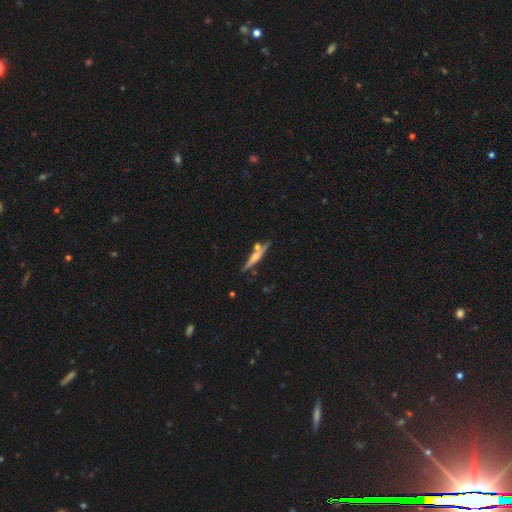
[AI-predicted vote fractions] Q: Smooth or featured?
A: featured or disk (62%); runner-up: smooth (31%)
Q: Edge-on disk?
A: yes (96%); runner-up: no (4%)
Q: Edge-on bulge?
A: rounded (76%); runner-up: none (15%)
Q: Merging?
A: none (73%); runner-up: merger (13%)